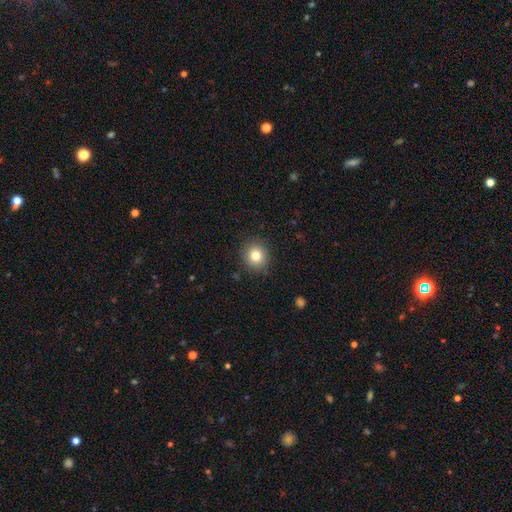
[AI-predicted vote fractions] This appears to be a smooth galaxy with no disk features (81%) that is round (87%). Merging: none (89%).